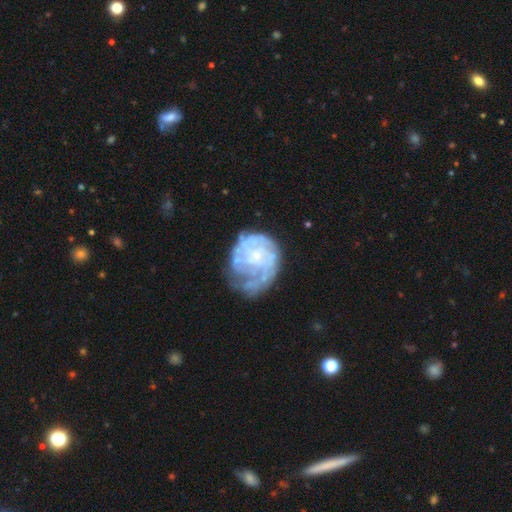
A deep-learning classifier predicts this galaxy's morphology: This appears to be a featured or disk galaxy (75%) with no bar (77%), tight (58%) spiral arms (73%) and a small central bulge (70%). Merging: none (43%).